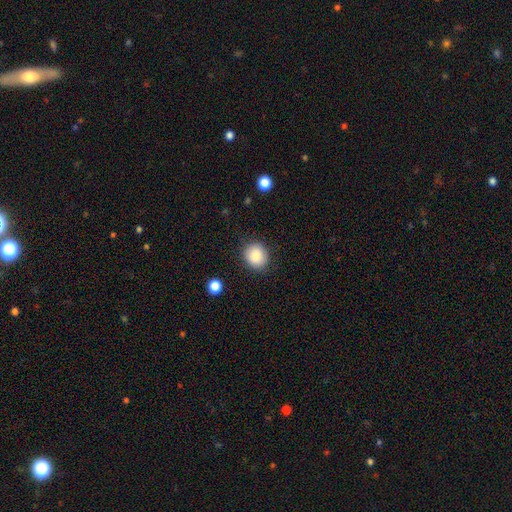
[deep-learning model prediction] Smooth or featured? smooth (86%)
How rounded? round (79%)
Merging? none (87%)